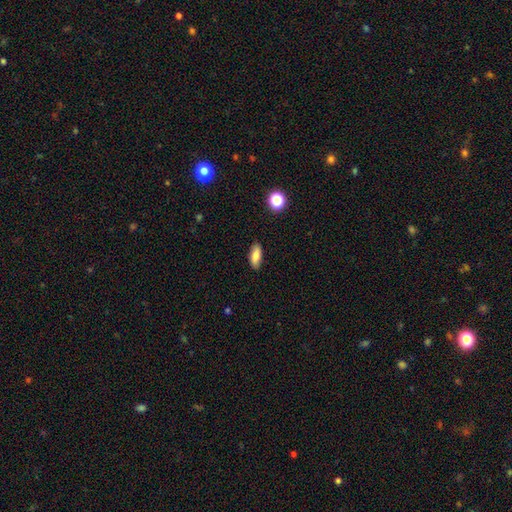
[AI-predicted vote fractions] Smooth or featured? smooth (82%)
How rounded? in between (77%)
Merging? none (86%)